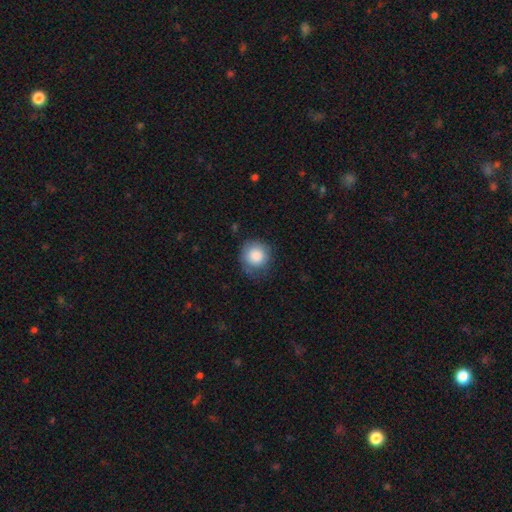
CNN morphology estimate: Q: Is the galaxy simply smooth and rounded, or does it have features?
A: smooth — 86%.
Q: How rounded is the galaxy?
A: round — 90%.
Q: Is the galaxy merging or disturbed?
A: none — 67%.